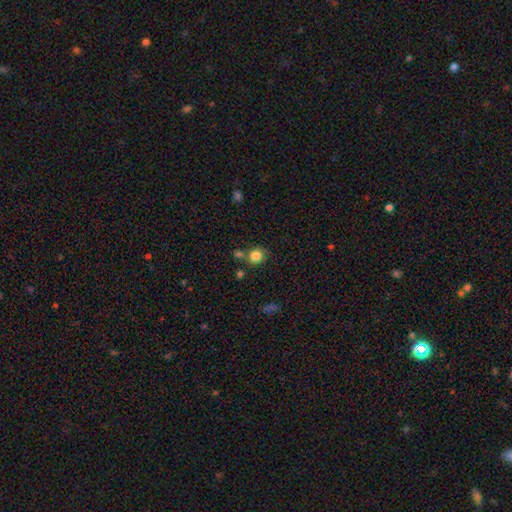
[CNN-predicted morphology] Overall: smooth (84%). How rounded: round (86%). Merging: none (72%).